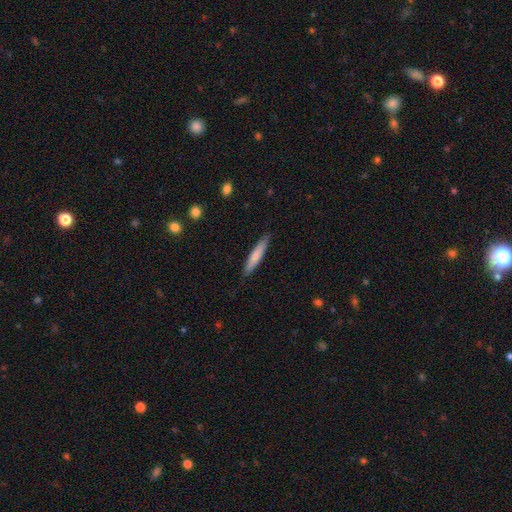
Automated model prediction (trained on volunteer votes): smooth 75%, featured or disk 20%, star or artifact 5%. Down the decision tree: how rounded — cigar-shaped (91%); merging — none (87%).